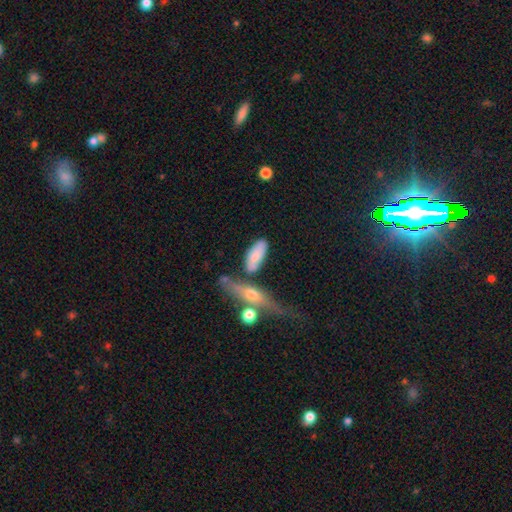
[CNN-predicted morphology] This appears to be a smooth galaxy with no disk features (73%) that is in between round and cigar-shaped (79%). Merging: none (55%).